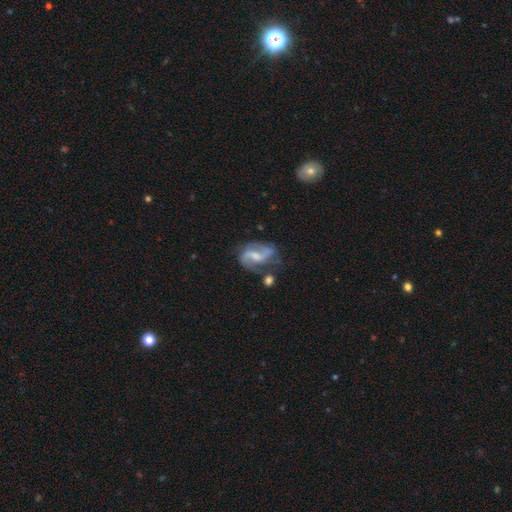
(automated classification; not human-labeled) smooth_or_featured: featured or disk (p=0.82) [alt: smooth p=0.12]
disk_edge_on: no (p=0.97) [alt: yes p=0.03]
bar: weak (p=0.49) [alt: strong p=0.27]
has_spiral_arms: yes (p=0.93) [alt: no p=0.07]
spiral_winding: medium (p=0.45) [alt: loose p=0.43]
spiral_arm_count: 2 (p=0.87) [alt: can't tell p=0.05]
bulge_size: small (p=0.40) [alt: moderate p=0.37]
merging: none (p=0.54) [alt: minor disturbance p=0.22]